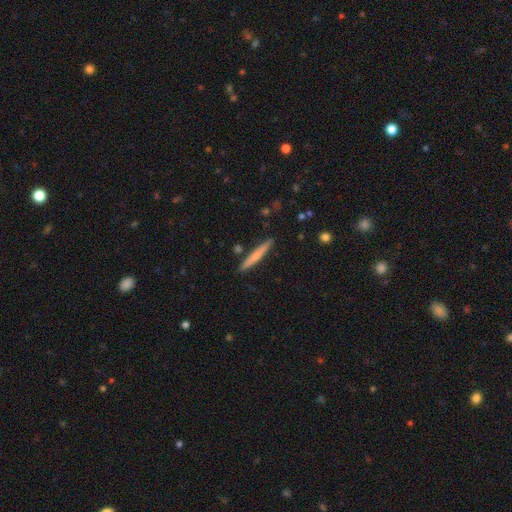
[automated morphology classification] smooth_or_featured: smooth (p=0.59) [alt: featured or disk p=0.35]
how_rounded: cigar-shaped (p=0.96) [alt: in between p=0.03]
merging: none (p=0.89) [alt: minor disturbance p=0.07]